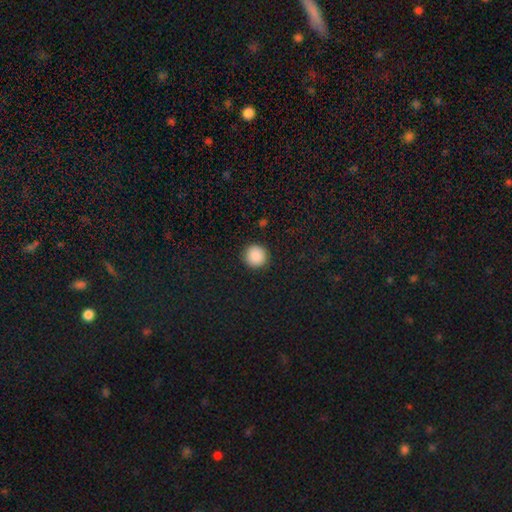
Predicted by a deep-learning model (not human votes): A smooth galaxy with no disk features (89%) that is round (95%). Merging: none (92%).